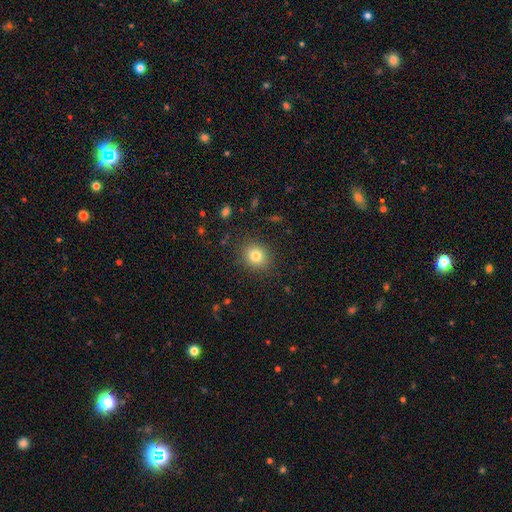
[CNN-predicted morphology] Smooth or featured? smooth (80%)
How rounded? round (76%)
Merging? none (88%)